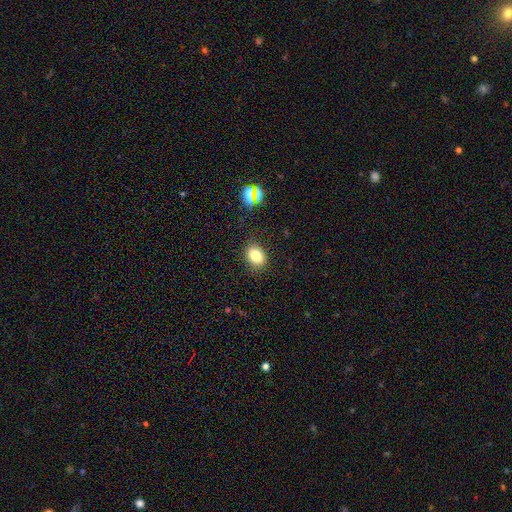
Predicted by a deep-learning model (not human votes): smooth-or-featured: smooth: 79% | star or artifact: 13% | featured or disk: 8%
  how-rounded: in between: 69% | round: 29% | cigar-shaped: 1%
  merging: none: 85% | minor disturbance: 10% | major disturbance: 3% | merger: 2%